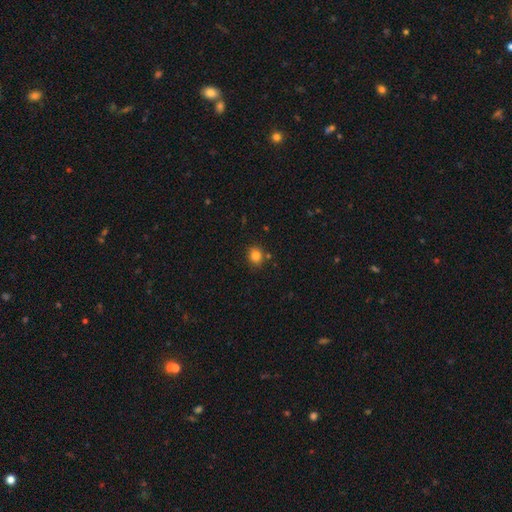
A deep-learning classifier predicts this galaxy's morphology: Q: Smooth or featured?
A: smooth (82%); runner-up: star or artifact (12%)
Q: How rounded?
A: round (74%); runner-up: in between (25%)
Q: Merging?
A: none (82%); runner-up: minor disturbance (11%)